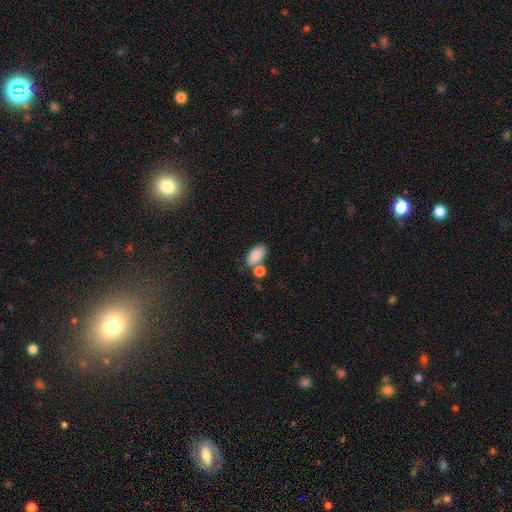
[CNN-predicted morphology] A smooth galaxy with no disk features (86%) that is in between round and cigar-shaped (93%). Merging: none (54%).